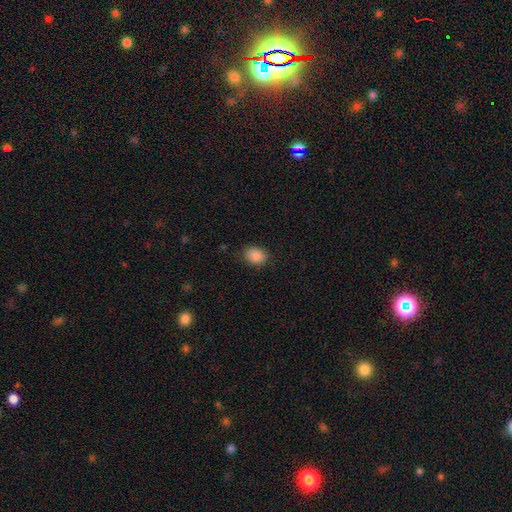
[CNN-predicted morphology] Smooth or featured? Predicted: smooth (p=0.87). How rounded? Predicted: in between (p=0.56). Merging? Predicted: none (p=0.84).